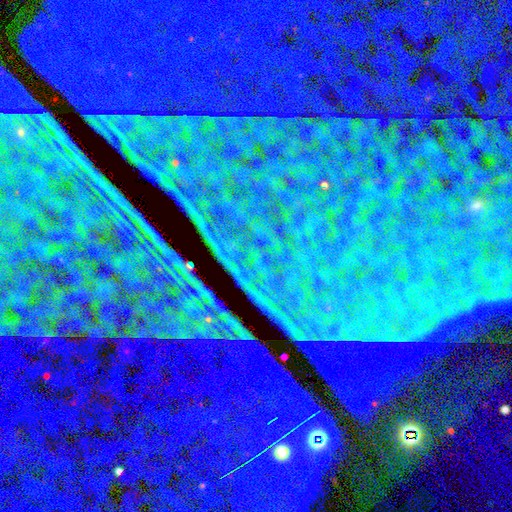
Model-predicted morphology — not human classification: The model was most divided on "smooth or featured": star or artifact: 87%, featured or disk: 7%, smooth: 6%.